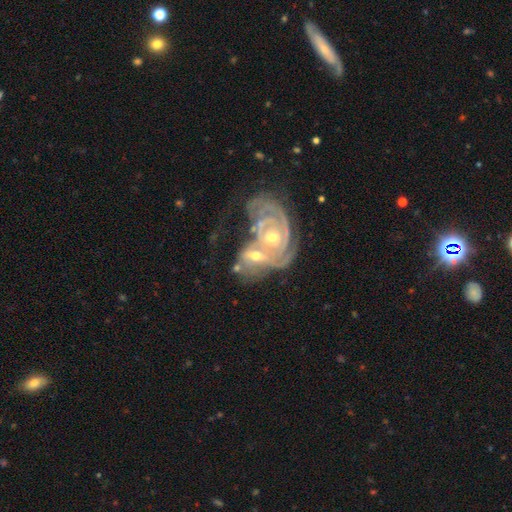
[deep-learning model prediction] Q: Smooth or featured?
A: featured or disk (82%); runner-up: smooth (12%)
Q: Edge-on disk?
A: no (95%); runner-up: yes (5%)
Q: Bar?
A: no (64%); runner-up: weak (25%)
Q: Spiral arms?
A: yes (90%); runner-up: no (10%)
Q: Spiral winding?
A: tight (69%); runner-up: medium (25%)
Q: Spiral arm count?
A: can't tell (37%); runner-up: 2 (33%)
Q: Bulge size?
A: moderate (52%); runner-up: small (43%)
Q: Merging?
A: merger (70%); runner-up: none (15%)